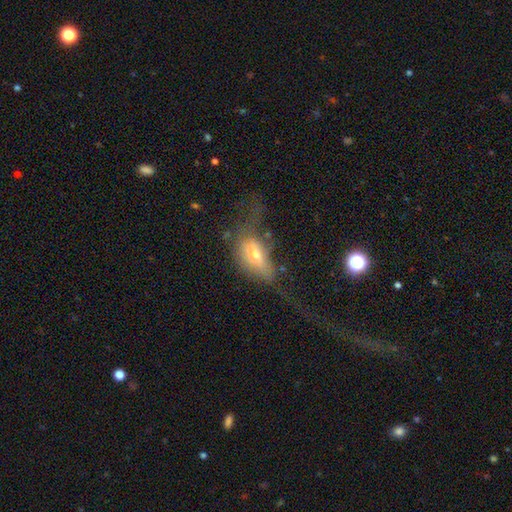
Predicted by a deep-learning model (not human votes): smooth-or-featured: smooth: 46% | featured or disk: 42% | star or artifact: 12%
  merging: major disturbance: 51% | none: 25% | minor disturbance: 20% | merger: 4%